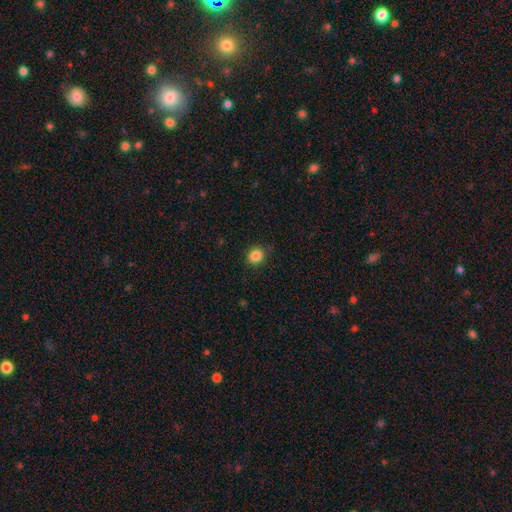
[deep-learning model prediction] A smooth galaxy with no disk features (86%) that is round (79%).

Vote fractions:
- Smooth or featured? smooth: 86% / star or artifact: 11% / featured or disk: 4%
- How rounded? round: 79% / in between: 20% / cigar-shaped: 1%
- Merging? none: 88% / minor disturbance: 8% / major disturbance: 2% / merger: 1%